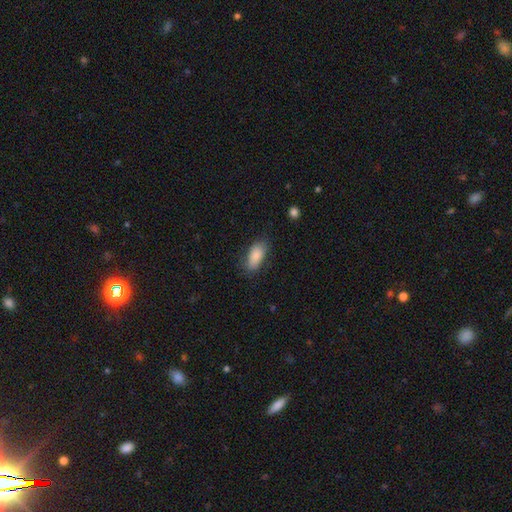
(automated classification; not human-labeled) This is clearly a smooth galaxy (85%). How rounded: clearly in between (87%). Merging: likely none (74%).